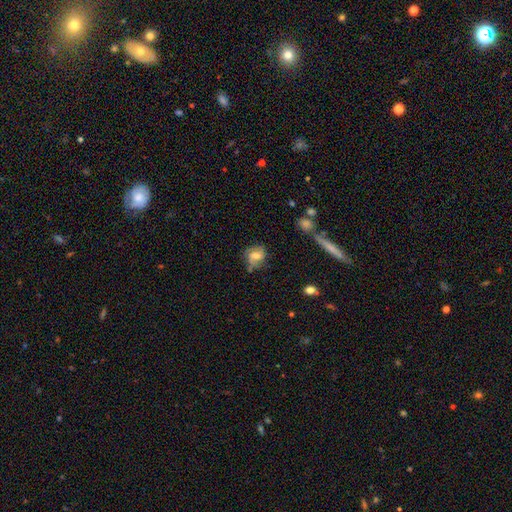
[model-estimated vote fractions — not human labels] featured or disk 51%, smooth 39%, star or artifact 10%. Down the decision tree: edge-on disk — no (96%); merging — none (61%).